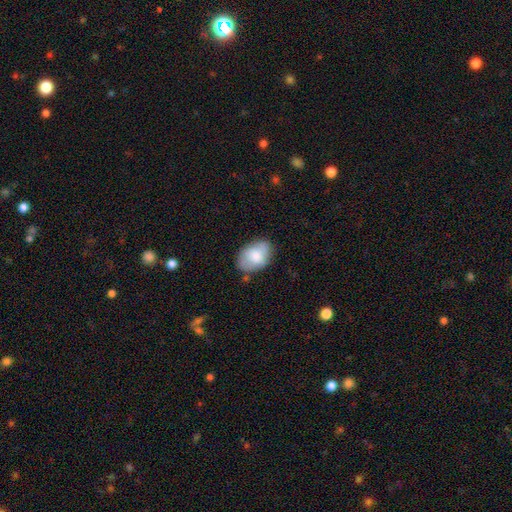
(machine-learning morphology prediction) Smooth or featured? Predicted: smooth (p=0.75). How rounded? Predicted: in between (p=0.86). Merging? Predicted: none (p=0.70).